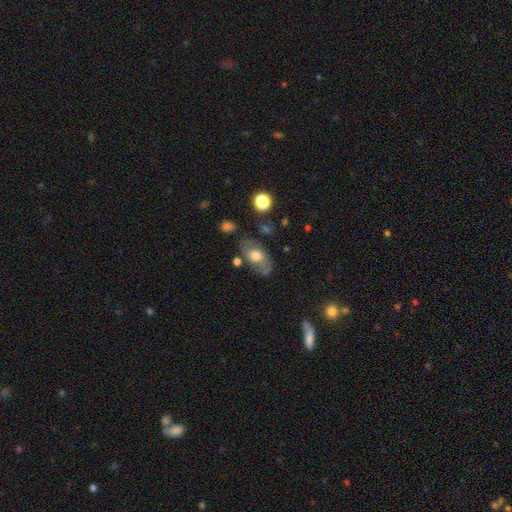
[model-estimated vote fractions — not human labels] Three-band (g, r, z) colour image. It shows a smooth galaxy with no disk features (54%) that is in between round and cigar-shaped (87%). Merging: none (66%).